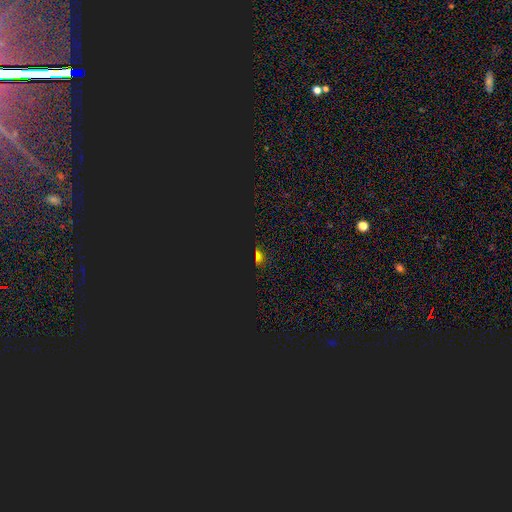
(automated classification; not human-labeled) The model was most divided on "smooth or featured": star or artifact: 62%, smooth: 28%, featured or disk: 10%.